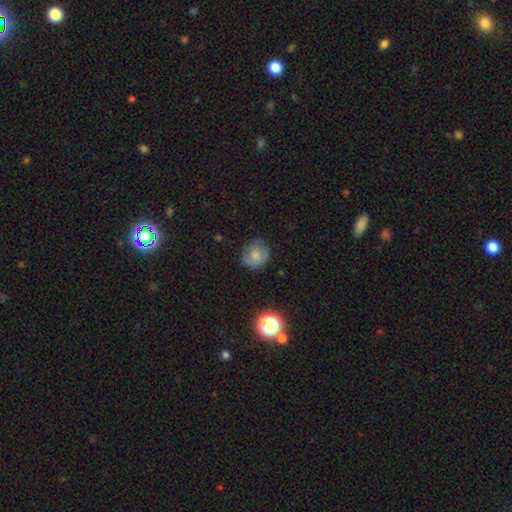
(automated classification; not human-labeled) This appears to be a smooth galaxy with no disk features (71%) that is round (82%). Merging: none (71%).